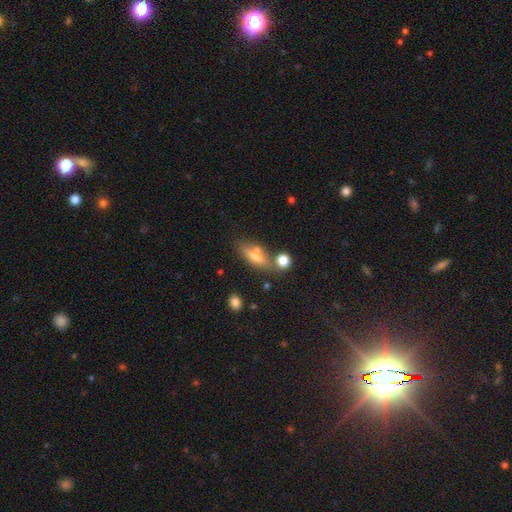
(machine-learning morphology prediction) A smooth galaxy with no disk features (56%) that is in between round and cigar-shaped (58%).

Vote fractions:
- Smooth or featured? smooth: 56% / featured or disk: 34% / star or artifact: 10%
- How rounded? in between: 58% / cigar-shaped: 37% / round: 6%
- Merging? none: 62% / merger: 16% / minor disturbance: 16% / major disturbance: 6%